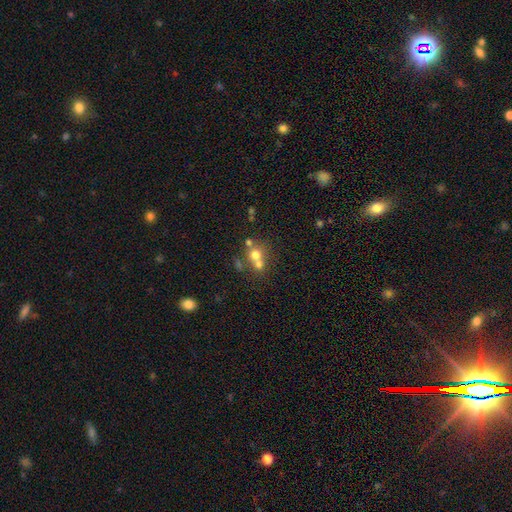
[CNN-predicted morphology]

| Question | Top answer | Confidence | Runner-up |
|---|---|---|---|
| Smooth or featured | smooth | 63% | featured or disk (21%) |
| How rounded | round | 81% | in between (18%) |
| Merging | merger | 54% | none (36%) |